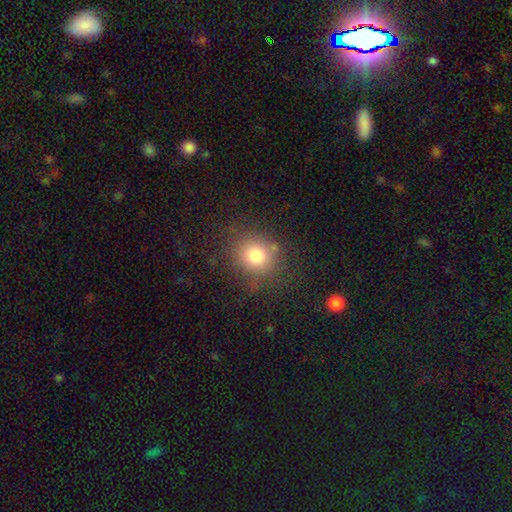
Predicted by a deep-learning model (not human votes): The model was most divided on "how rounded": round: 78%, in between: 21%, cigar-shaped: 1%. More confident: merging — none (78%); smooth or featured — smooth (77%).